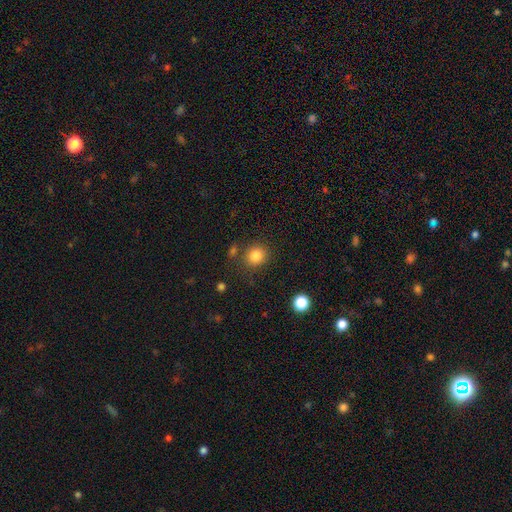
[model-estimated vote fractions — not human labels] smooth_or_featured: smooth (p=0.84) [alt: star or artifact p=0.11]
how_rounded: round (p=0.82) [alt: in between p=0.17]
merging: none (p=0.80) [alt: minor disturbance p=0.10]